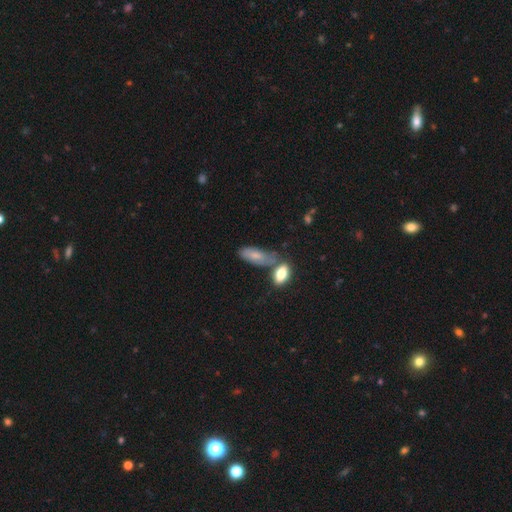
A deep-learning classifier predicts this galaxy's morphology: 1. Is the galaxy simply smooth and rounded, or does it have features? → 71% smooth, 21% featured or disk, 8% star or artifact.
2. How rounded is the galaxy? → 75% in between, 22% cigar-shaped, 3% round.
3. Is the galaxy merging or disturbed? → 52% none, 22% merger, 20% minor disturbance, 7% major disturbance.